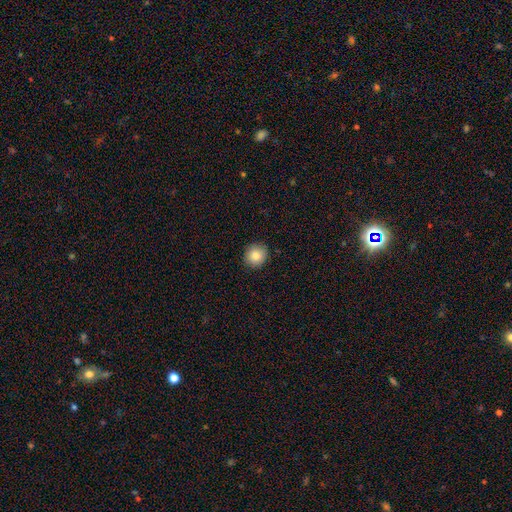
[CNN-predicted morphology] type=smooth (84%); roundness=round (89%); merging=none (90%).